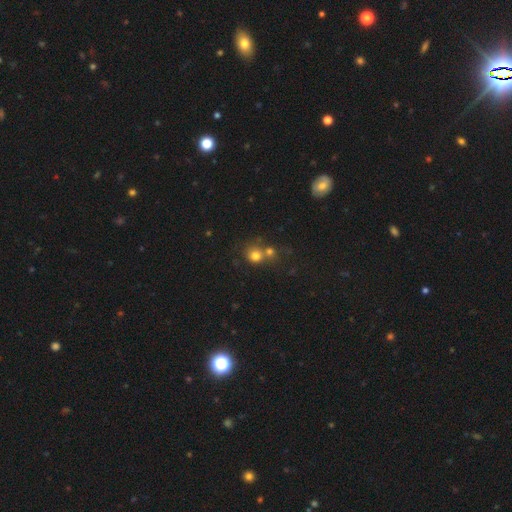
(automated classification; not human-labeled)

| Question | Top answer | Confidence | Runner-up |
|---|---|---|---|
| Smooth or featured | smooth | 76% | star or artifact (14%) |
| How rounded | round | 86% | in between (13%) |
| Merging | none | 45% | merger (44%) |